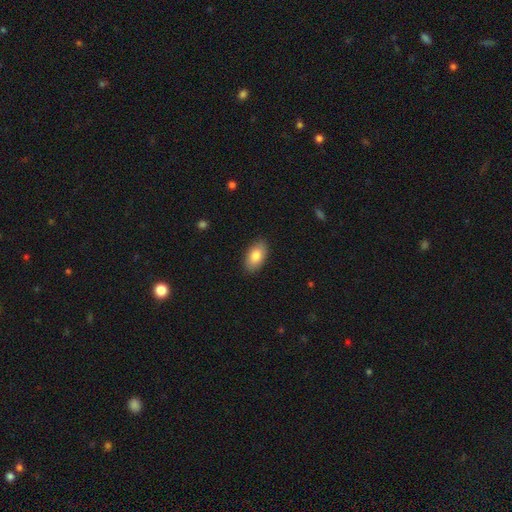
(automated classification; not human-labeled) smooth_or_featured: smooth (p=0.84) [alt: featured or disk p=0.10]
how_rounded: in between (p=0.93) [alt: round p=0.04]
merging: none (p=0.87) [alt: minor disturbance p=0.09]